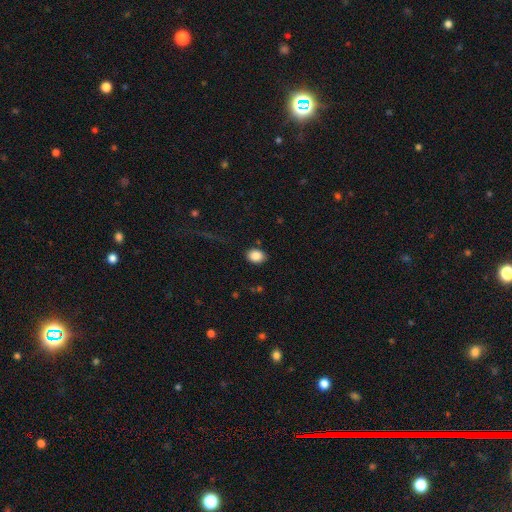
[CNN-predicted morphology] A smooth galaxy with no disk features (86%) that is in between round and cigar-shaped (62%).

Vote fractions:
- Smooth or featured? smooth: 86% / star or artifact: 9% / featured or disk: 5%
- How rounded? in between: 62% / round: 37% / cigar-shaped: 1%
- Merging? none: 86% / minor disturbance: 10% / major disturbance: 3% / merger: 2%